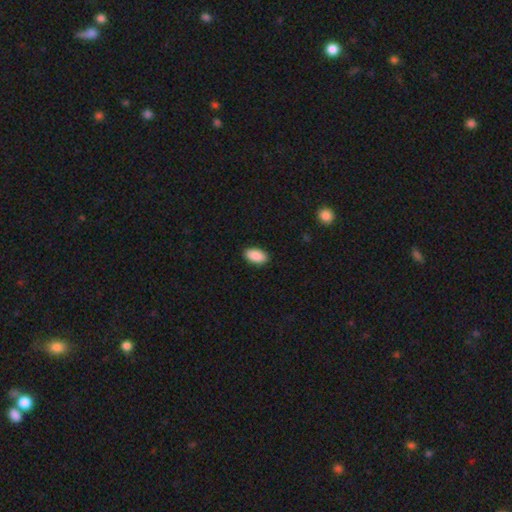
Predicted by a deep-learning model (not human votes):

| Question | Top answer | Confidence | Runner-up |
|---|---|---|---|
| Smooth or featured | smooth | 91% | star or artifact (6%) |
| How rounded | in between | 95% | round (3%) |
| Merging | none | 90% | minor disturbance (7%) |